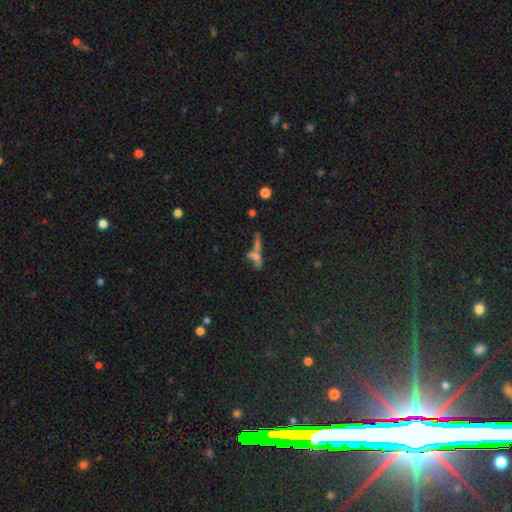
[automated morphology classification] Smooth or featured? featured or disk (43%)
Merging? none (43%)